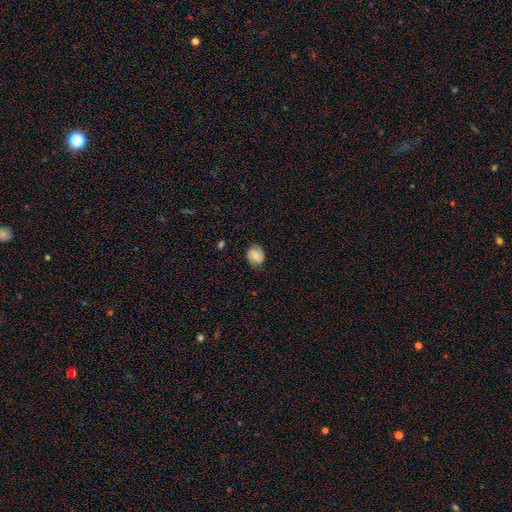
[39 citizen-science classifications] Smooth or featured? 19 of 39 (49%) said featured or disk. Edge-on disk? 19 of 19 (100%) said no. Bar? 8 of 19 (42%) said strong. Spiral arms? 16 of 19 (84%) said yes. Spiral winding? 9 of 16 (56%) said medium. Spiral arm count? 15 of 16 (94%) said 2. Bulge size? 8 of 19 (42%) said small. Merging? 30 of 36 (83%) said none.